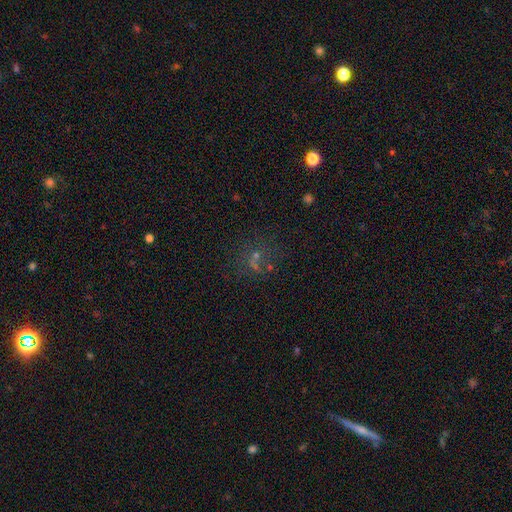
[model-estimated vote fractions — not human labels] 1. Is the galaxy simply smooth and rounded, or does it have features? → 45% star or artifact, 36% smooth, 19% featured or disk.